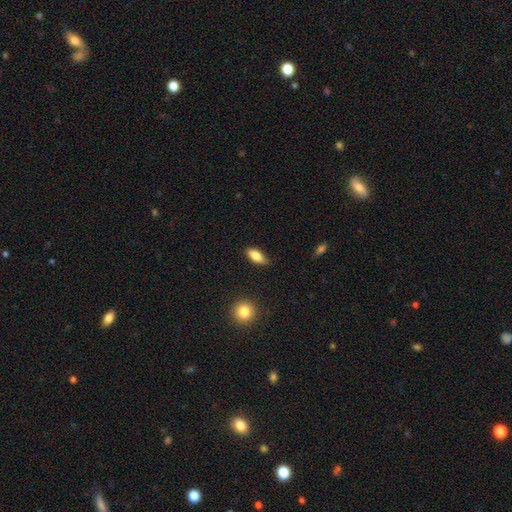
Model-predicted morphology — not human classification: smooth_or_featured: smooth (p=0.83) [alt: featured or disk p=0.10]
how_rounded: in between (p=0.84) [alt: cigar-shaped p=0.13]
merging: none (p=0.81) [alt: minor disturbance p=0.15]